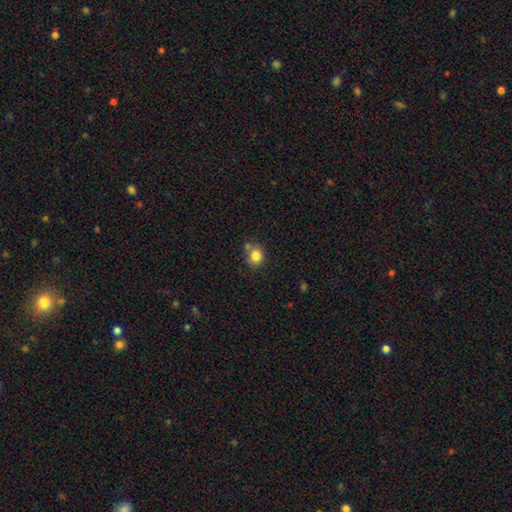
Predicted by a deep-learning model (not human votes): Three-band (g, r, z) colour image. It shows a smooth galaxy with no disk features (83%) that is round (78%). Merging: none (67%).